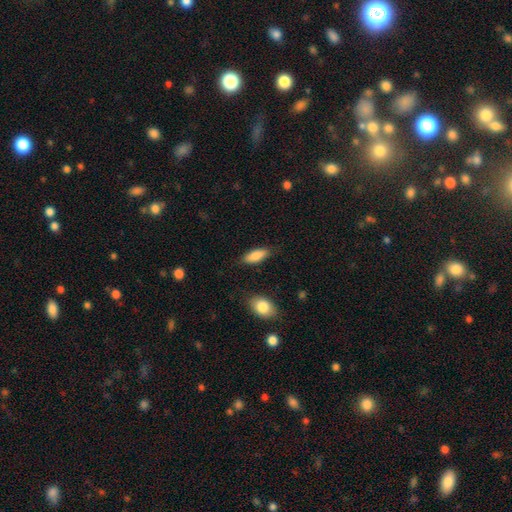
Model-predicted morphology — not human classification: This is clearly a smooth galaxy (86%). How rounded: likely in between (74%). Merging: clearly none (81%).